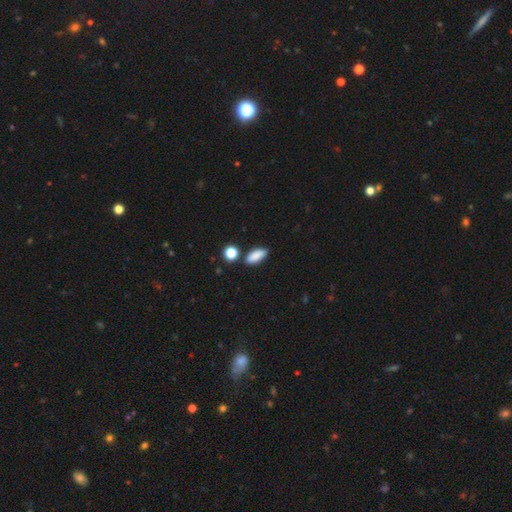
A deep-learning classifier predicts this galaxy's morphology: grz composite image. It shows a smooth galaxy with no disk features (86%) that is in between round and cigar-shaped (80%). Merging: none (76%).